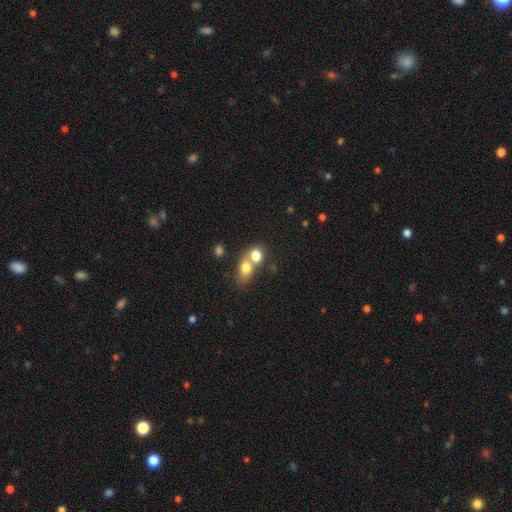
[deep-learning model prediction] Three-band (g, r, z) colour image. It shows a smooth galaxy with no disk features (76%) that is in between round and cigar-shaped (56%). Merging: merger (65%).